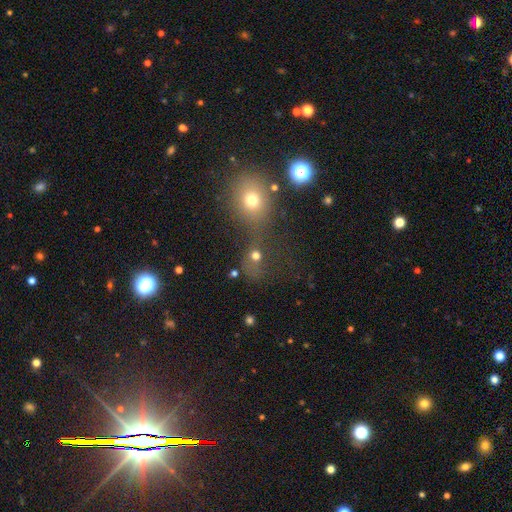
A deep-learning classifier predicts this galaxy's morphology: Smooth or featured? Predicted: smooth (p=0.67). How rounded? Predicted: round (p=0.74). Merging? Predicted: merger (p=0.45).